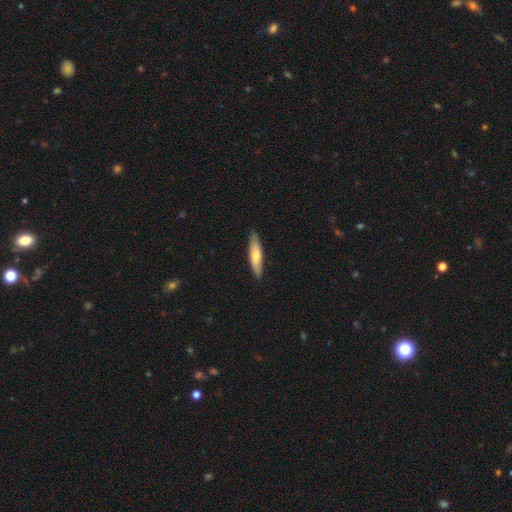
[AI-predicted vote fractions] Smooth or featured? smooth (66%)
How rounded? cigar-shaped (76%)
Merging? none (87%)